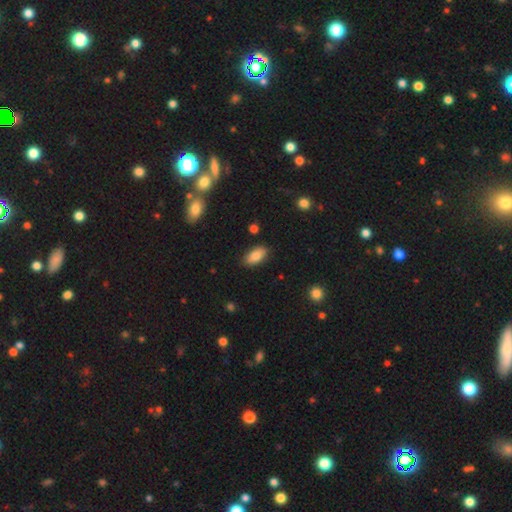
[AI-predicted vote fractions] Morphology: type=smooth (83%); roundness=in between (92%); merging=none (86%).